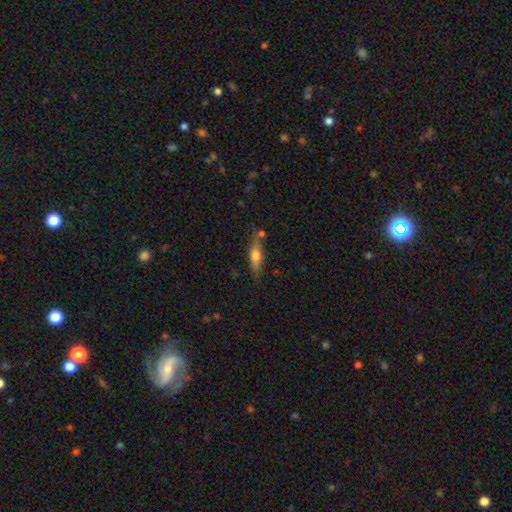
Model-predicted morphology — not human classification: Smooth or featured?
  - smooth: 48% *
  - featured or disk: 45%
  - star or artifact: 7%
Merging?
  - none: 68% *
  - minor disturbance: 17%
  - merger: 10%
  - major disturbance: 5%